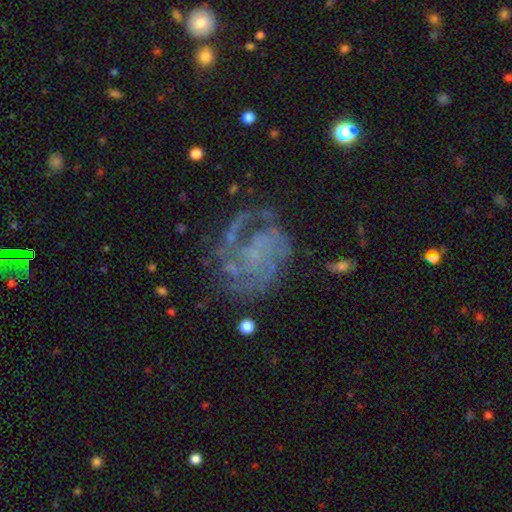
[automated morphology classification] This is likely a featured or disk galaxy (76%). It is clearly not viewed edge-on (98%). Bar: likely no (74%). Spiral arm pattern: clearly yes (83%). Spiral arm count: marginally can't tell (31%). Spiral winding: marginally tight (41%). Central bulge: likely none (67%). Merging: possibly none (57%).